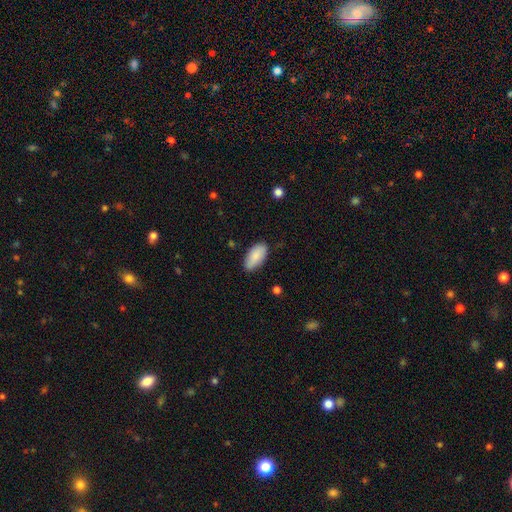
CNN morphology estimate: This appears to be a smooth galaxy with no disk features (86%) that is in between round and cigar-shaped (92%). Merging: none (83%).